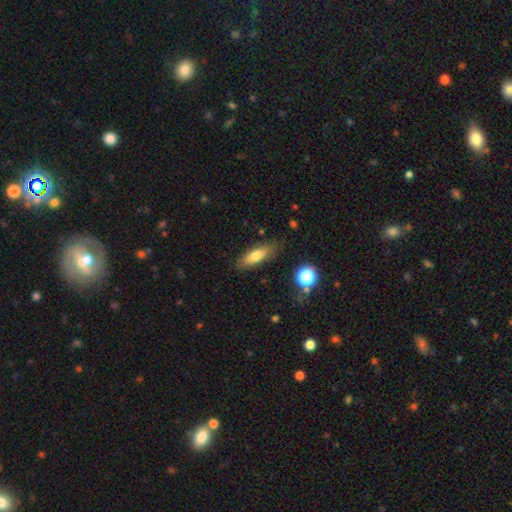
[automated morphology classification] Smooth or featured?
  - smooth: 70% *
  - featured or disk: 21%
  - star or artifact: 8%
How rounded?
  - in between: 59% *
  - cigar-shaped: 38%
  - round: 4%
Merging?
  - none: 79% *
  - minor disturbance: 15%
  - major disturbance: 4%
  - merger: 2%